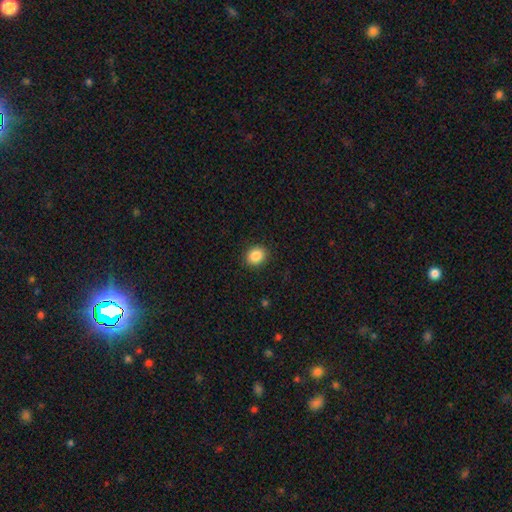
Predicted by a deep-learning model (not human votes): Q: Smooth or featured?
A: smooth (87%); runner-up: star or artifact (9%)
Q: How rounded?
A: round (64%); runner-up: in between (36%)
Q: Merging?
A: none (91%); runner-up: minor disturbance (6%)